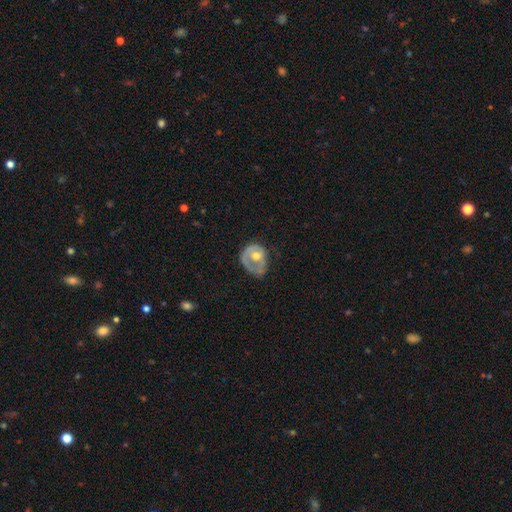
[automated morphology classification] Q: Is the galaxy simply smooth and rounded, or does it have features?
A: featured or disk — 50%.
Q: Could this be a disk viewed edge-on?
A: no — 96%.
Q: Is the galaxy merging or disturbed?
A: none — 34%.